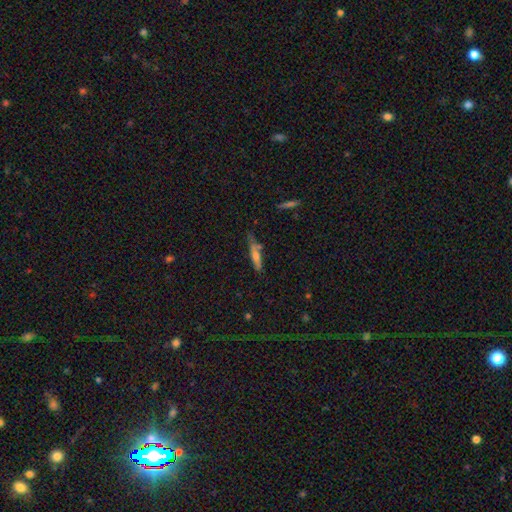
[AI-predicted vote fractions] Smooth or featured?
  - smooth: 52% *
  - featured or disk: 38%
  - star or artifact: 10%
How rounded?
  - cigar-shaped: 79% *
  - in between: 18%
  - round: 3%
Merging?
  - none: 63% *
  - minor disturbance: 22%
  - merger: 9%
  - major disturbance: 6%